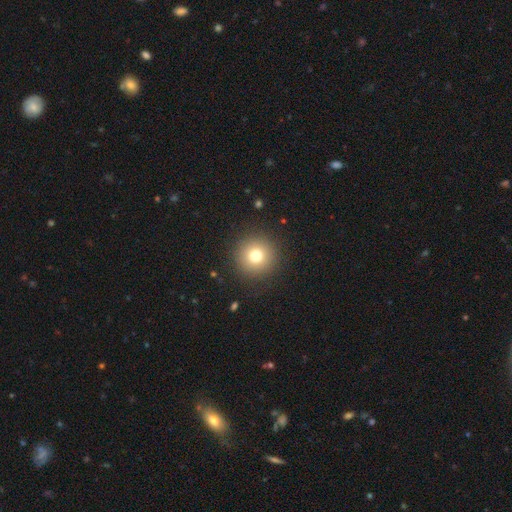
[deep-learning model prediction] Smooth or featured: smooth — 76% (star or artifact — 13%)
How rounded: round — 96% (in between — 3%)
Merging: none — 91% (minor disturbance — 5%)